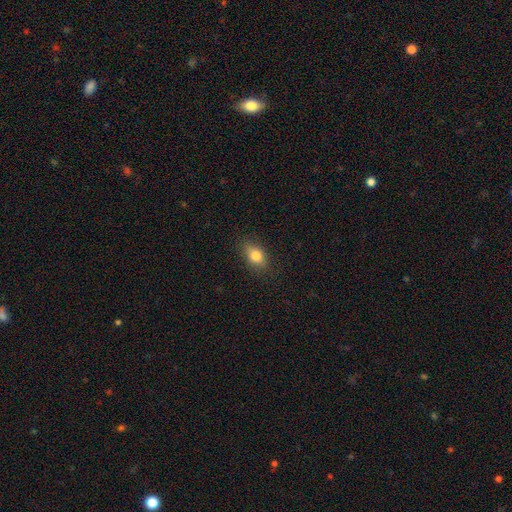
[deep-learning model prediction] Smooth or featured: smooth — 81% (featured or disk — 11%)
How rounded: in between — 80% (round — 16%)
Merging: none — 82% (minor disturbance — 13%)